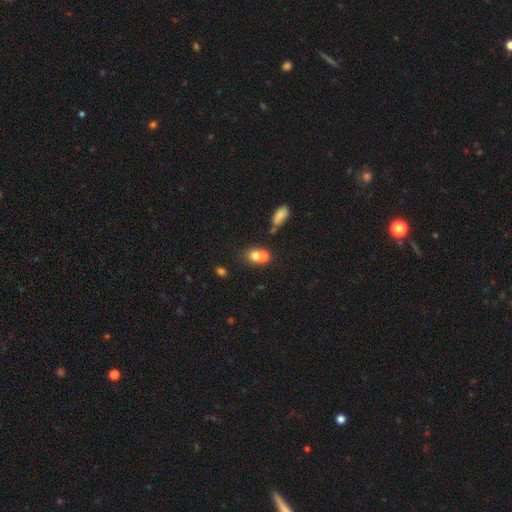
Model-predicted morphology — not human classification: This is likely a smooth galaxy (70%). How rounded: likely round (66%). Merging: possibly merger (57%).